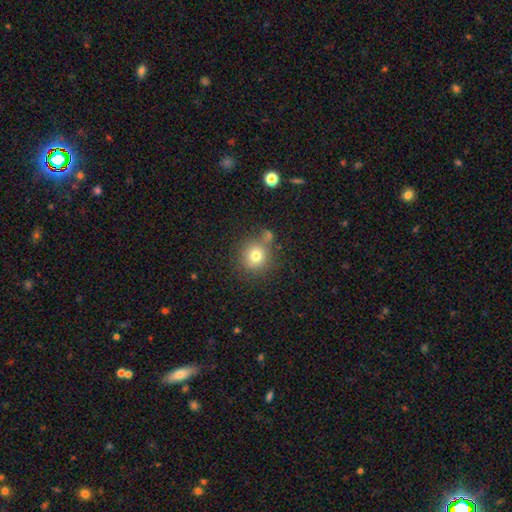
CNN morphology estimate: Overall: smooth (77%). How rounded: round (90%). Merging: none (69%).